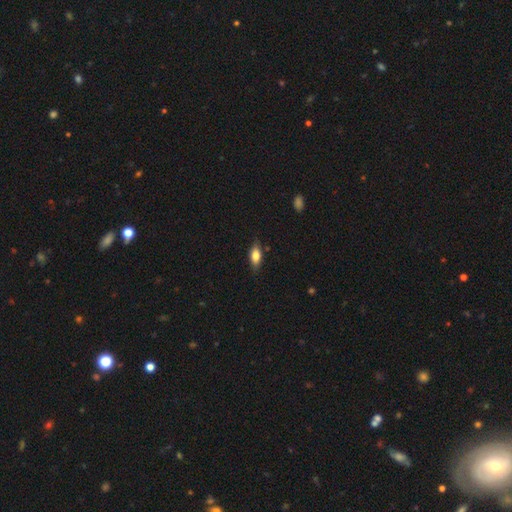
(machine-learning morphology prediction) Smooth or featured: smooth — 73% (featured or disk — 20%)
How rounded: in between — 78% (cigar-shaped — 18%)
Merging: none — 81% (minor disturbance — 15%)